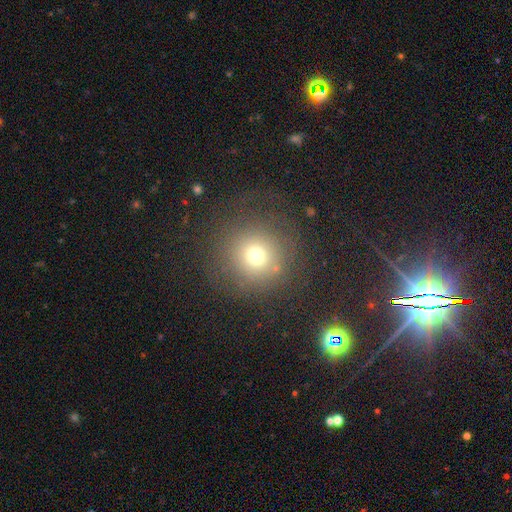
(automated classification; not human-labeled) This appears to be a smooth galaxy with no disk features (69%) that is round (94%). Merging: none (78%).